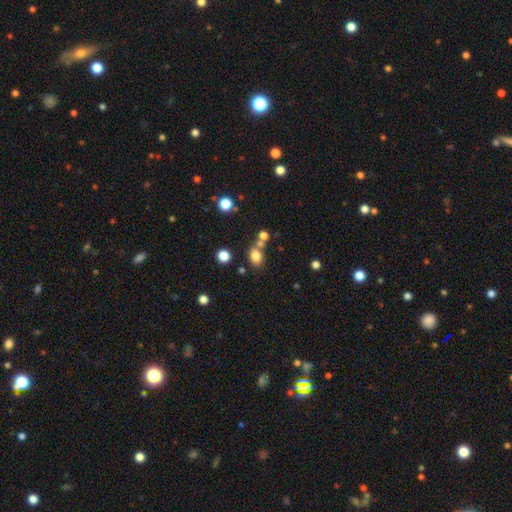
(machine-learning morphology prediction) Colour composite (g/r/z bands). It shows a smooth galaxy with no disk features (79%) that is in between round and cigar-shaped (65%). Merging: none (60%).